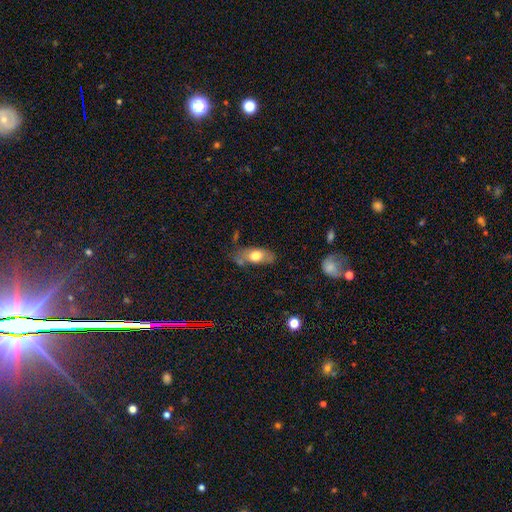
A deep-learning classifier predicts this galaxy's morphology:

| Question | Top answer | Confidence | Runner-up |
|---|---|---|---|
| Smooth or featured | smooth | 67% | featured or disk (26%) |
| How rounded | in between | 84% | cigar-shaped (10%) |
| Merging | none | 55% | minor disturbance (29%) |